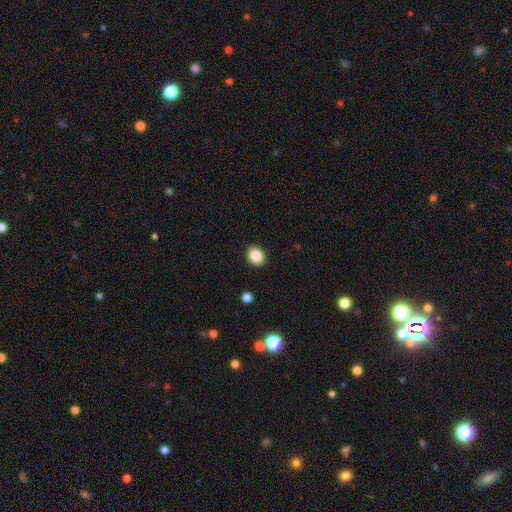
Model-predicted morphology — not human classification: This appears to be a smooth galaxy with no disk features (87%) that is round (53%). Merging: none (91%).